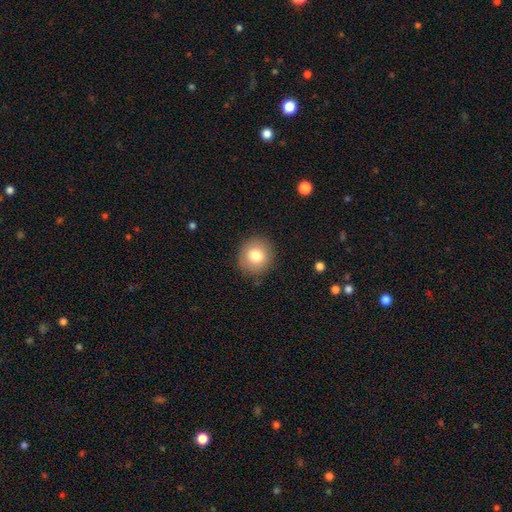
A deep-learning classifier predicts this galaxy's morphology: Q: Smooth or featured?
A: smooth (79%); runner-up: featured or disk (11%)
Q: How rounded?
A: round (89%); runner-up: in between (10%)
Q: Merging?
A: none (89%); runner-up: minor disturbance (8%)